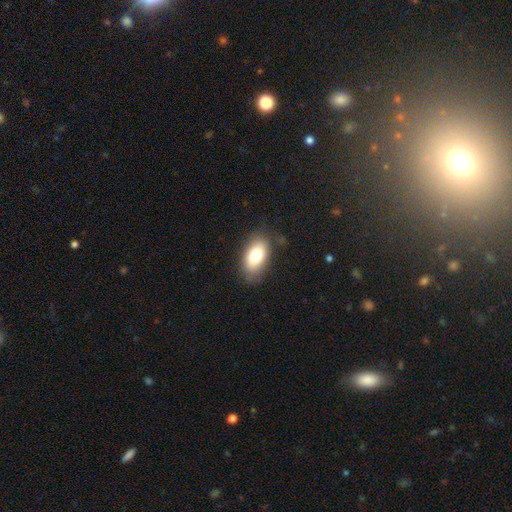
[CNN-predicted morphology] Smooth or featured? smooth (79%)
How rounded? in between (92%)
Merging? none (78%)